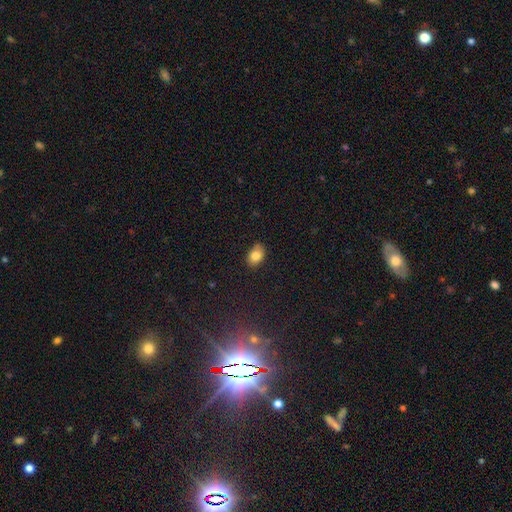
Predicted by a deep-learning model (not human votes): smooth-or-featured: smooth: 82% | star or artifact: 9% | featured or disk: 9%
  how-rounded: in between: 82% | round: 17% | cigar-shaped: 1%
  merging: none: 80% | minor disturbance: 16% | major disturbance: 3% | merger: 1%